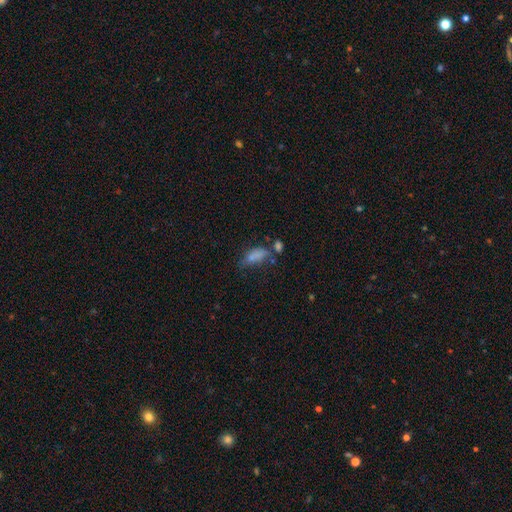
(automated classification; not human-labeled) Q: Smooth or featured?
A: smooth (73%); runner-up: featured or disk (15%)
Q: How rounded?
A: in between (80%); runner-up: cigar-shaped (15%)
Q: Merging?
A: none (34%); runner-up: minor disturbance (25%)